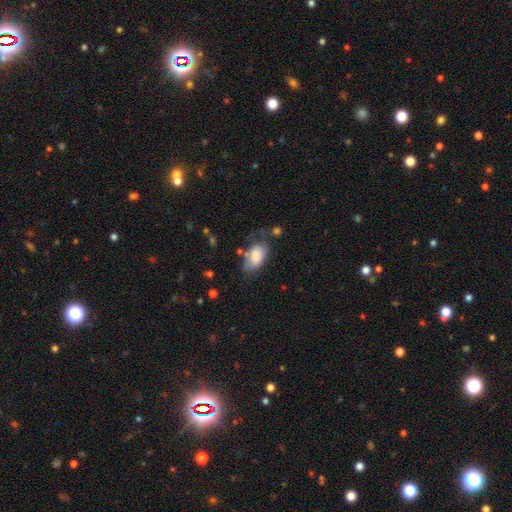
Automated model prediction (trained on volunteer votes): Morphology: type=smooth (80%); roundness=in between (92%); merging=none (43%).